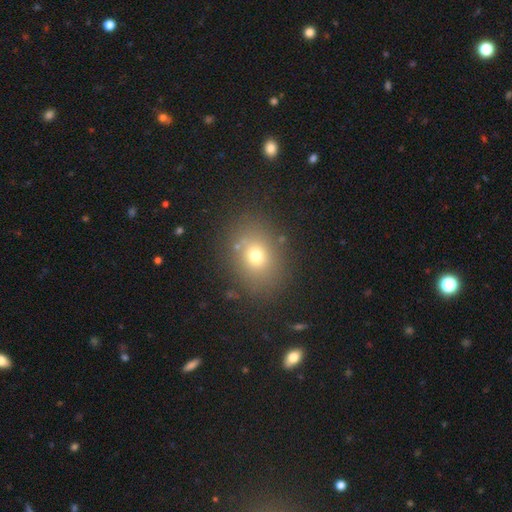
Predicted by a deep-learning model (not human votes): This is likely a smooth galaxy (70%). How rounded: possibly in between (52%). Merging: clearly none (82%).